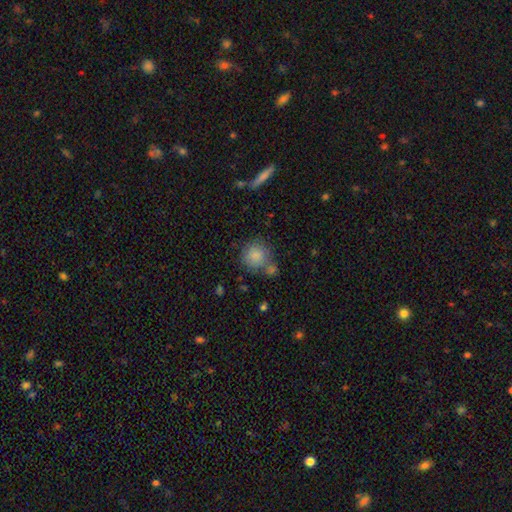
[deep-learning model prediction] Smooth or featured? smooth (85%)
How rounded? round (89%)
Merging? none (61%)